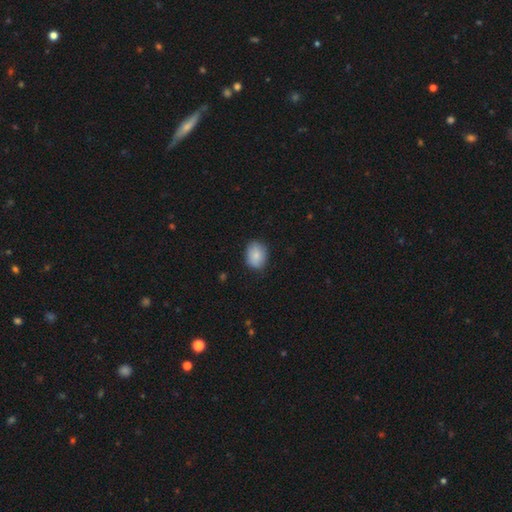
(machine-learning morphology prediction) smooth-or-featured: smooth: 85% | featured or disk: 7% | star or artifact: 7%
  how-rounded: in between: 65% | round: 35% | cigar-shaped: 1%
  merging: none: 82% | minor disturbance: 14% | major disturbance: 3% | merger: 1%